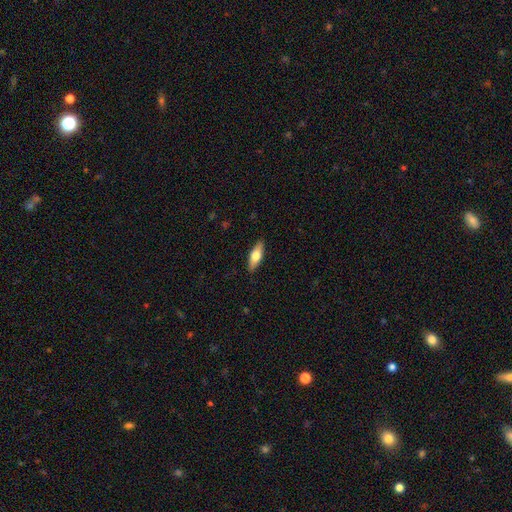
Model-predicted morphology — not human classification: The model was most divided on "how rounded": in between: 57%, cigar-shaped: 40%, round: 3%. More confident: merging — none (89%); smooth or featured — smooth (58%).